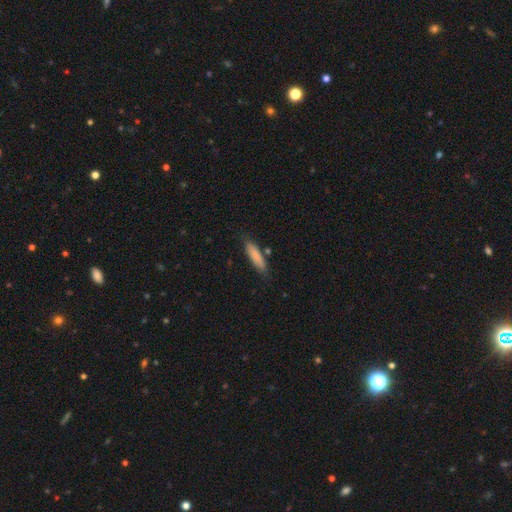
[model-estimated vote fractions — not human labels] smooth_or_featured: smooth (p=0.83) [alt: featured or disk p=0.11]
how_rounded: cigar-shaped (p=0.72) [alt: in between p=0.27]
merging: none (p=0.79) [alt: minor disturbance p=0.13]